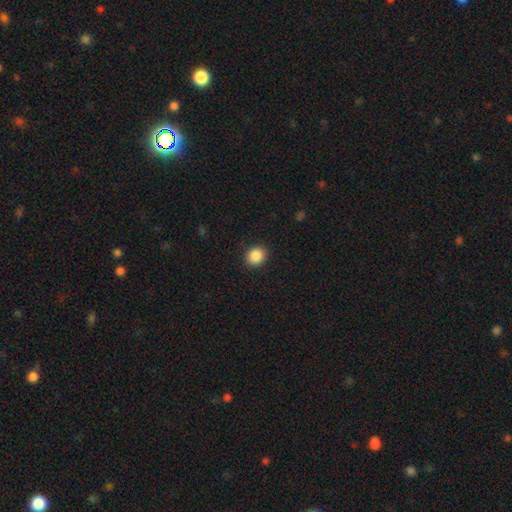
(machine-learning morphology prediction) smooth 88%, star or artifact 9%, featured or disk 3%. Down the decision tree: how rounded — round (72%); merging — none (90%).